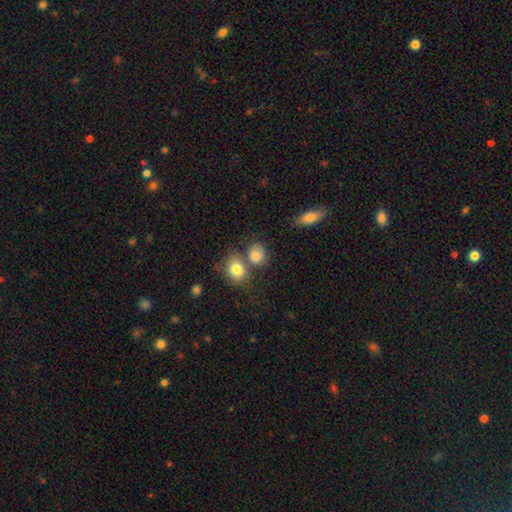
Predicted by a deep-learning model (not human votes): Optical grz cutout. It shows a smooth galaxy with no disk features (82%) that is round (62%). Merging: none (50%).